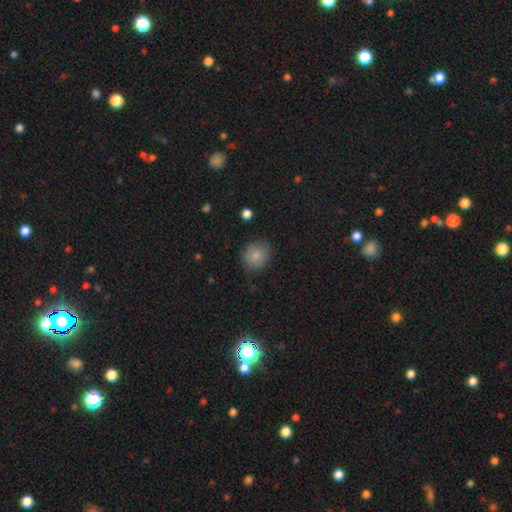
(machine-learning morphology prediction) A smooth galaxy with no disk features (83%) that is round (75%).

Vote fractions:
- Smooth or featured? smooth: 83% / star or artifact: 9% / featured or disk: 8%
- How rounded? round: 75% / in between: 24% / cigar-shaped: 1%
- Merging? none: 75% / minor disturbance: 19% / major disturbance: 5% / merger: 1%